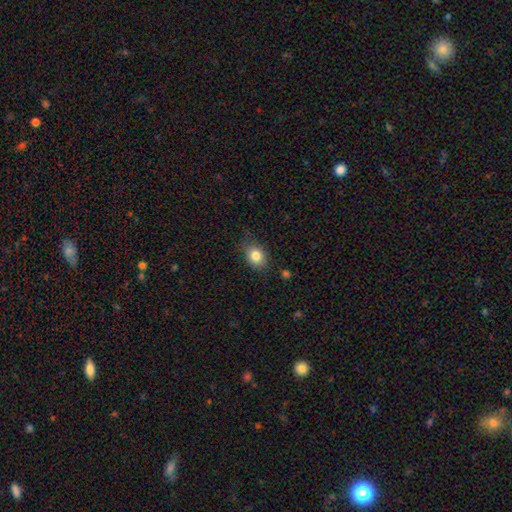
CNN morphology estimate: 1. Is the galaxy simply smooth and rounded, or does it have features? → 82% smooth, 9% star or artifact, 8% featured or disk.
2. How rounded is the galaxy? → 61% in between, 38% round, 1% cigar-shaped.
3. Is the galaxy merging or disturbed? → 75% none, 19% minor disturbance, 4% major disturbance, 2% merger.